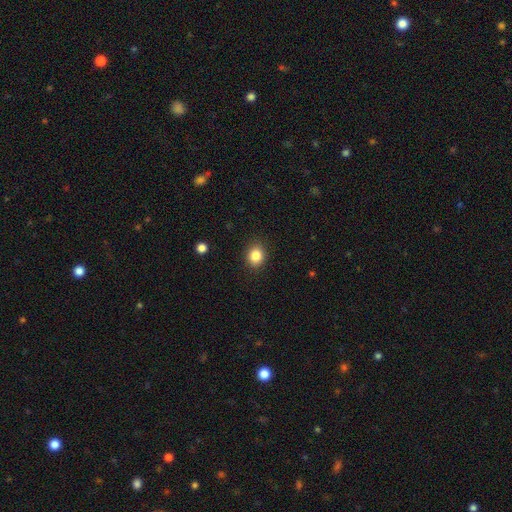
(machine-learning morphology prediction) smooth-or-featured: smooth: 85% | star or artifact: 10% | featured or disk: 5%
  how-rounded: round: 63% | in between: 36% | cigar-shaped: 1%
  merging: none: 89% | minor disturbance: 8% | major disturbance: 2% | merger: 1%